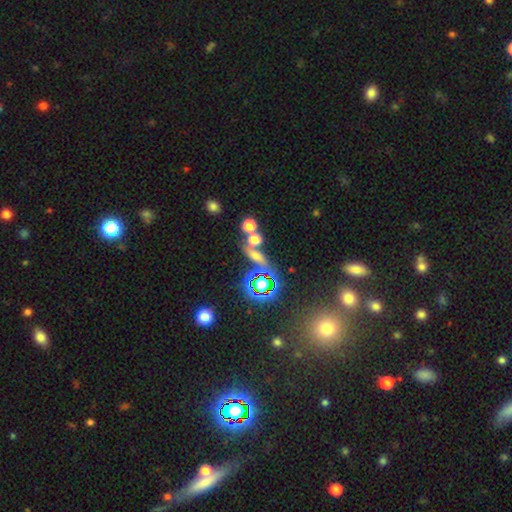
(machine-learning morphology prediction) Overall: smooth (40%; star or artifact 39%). Merging: none (41%; merger 35%).